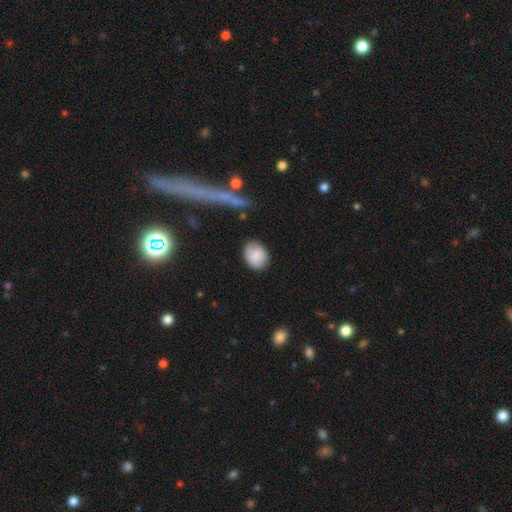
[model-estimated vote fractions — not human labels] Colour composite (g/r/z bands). It shows a smooth galaxy with no disk features (84%) that is round (54%). Merging: none (77%).